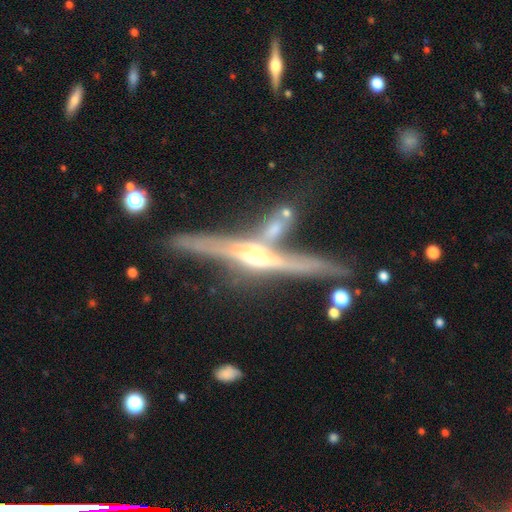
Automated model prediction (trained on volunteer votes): This is clearly a featured or disk galaxy (86%). It is clearly viewed edge-on (96%). Edge-on bulge: clearly rounded (88%). Merging: likely none (64%).